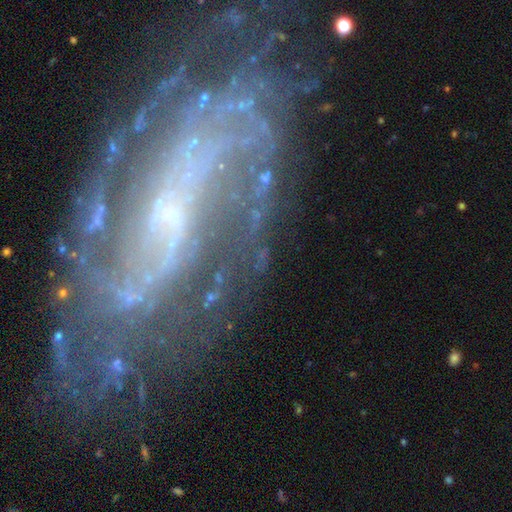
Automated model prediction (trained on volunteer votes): The model was most divided on "spiral winding": medium: 41%, loose: 35%, tight: 25%. Remaining: edge-on disk — no (96%); spiral arms — yes (90%); smooth or featured — featured or disk (85%); bulge size — small (63%); merging — none (61%); spiral arm count — 2 (56%); bar — weak (40%).